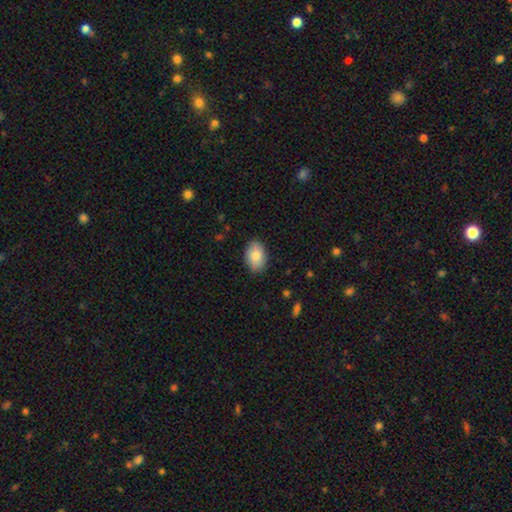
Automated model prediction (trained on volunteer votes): smooth 84%, featured or disk 10%, star or artifact 6%. Down the decision tree: how rounded — in between (86%); merging — none (85%).